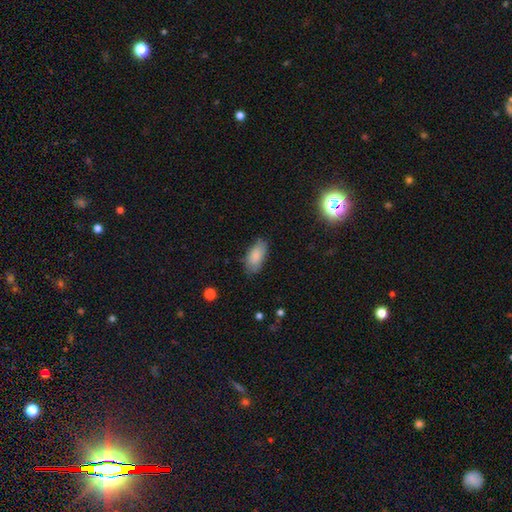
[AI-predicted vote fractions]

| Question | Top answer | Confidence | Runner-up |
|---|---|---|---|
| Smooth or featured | smooth | 82% | featured or disk (11%) |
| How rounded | in between | 91% | cigar-shaped (7%) |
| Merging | none | 74% | minor disturbance (20%) |